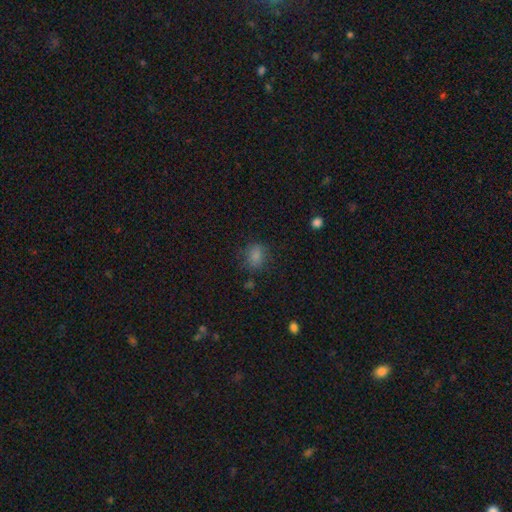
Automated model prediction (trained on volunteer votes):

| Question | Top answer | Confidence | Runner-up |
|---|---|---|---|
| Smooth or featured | smooth | 79% | star or artifact (13%) |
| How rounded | round | 54% | in between (45%) |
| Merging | none | 71% | minor disturbance (18%) |